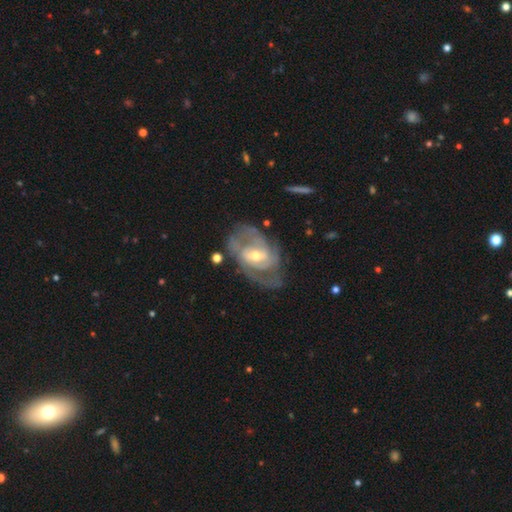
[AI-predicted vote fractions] featured or disk 86%, smooth 9%, star or artifact 5%. Down the decision tree: edge-on disk — no (96%); bar — weak (48%); spiral arms — yes (93%); spiral arm count — 2 (45%); spiral winding — medium (44%); bulge size — moderate (58%); merging — none (58%).